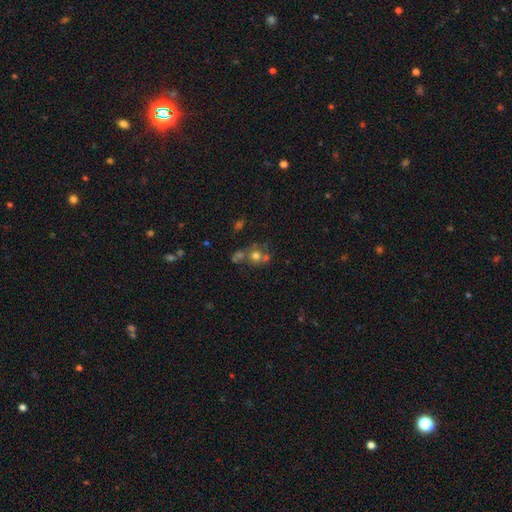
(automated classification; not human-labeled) smooth-or-featured: smooth: 62% | featured or disk: 21% | star or artifact: 17%
  how-rounded: round: 81% | in between: 18% | cigar-shaped: 1%
  merging: none: 46% | merger: 37% | minor disturbance: 11% | major disturbance: 6%